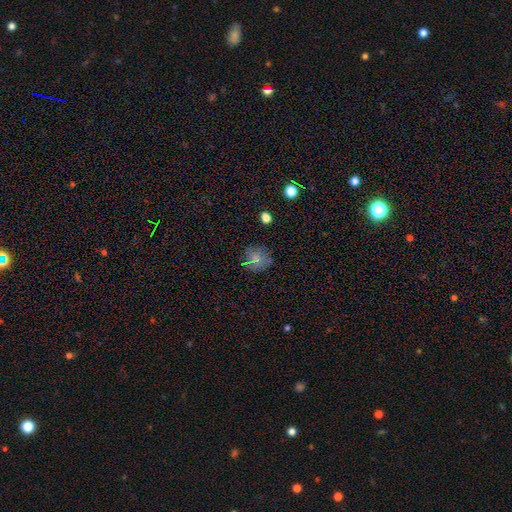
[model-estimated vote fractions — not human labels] This is possibly a smooth galaxy (56%). How rounded: clearly round (83%). Merging: likely none (74%).